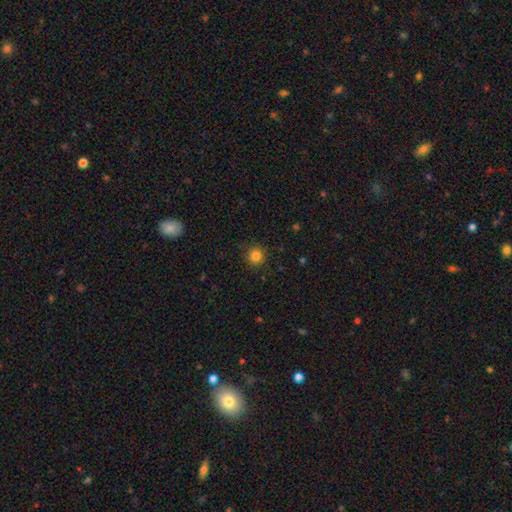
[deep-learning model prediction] smooth_or_featured: smooth (p=0.84) [alt: star or artifact p=0.13]
how_rounded: round (p=0.93) [alt: in between p=0.06]
merging: none (p=0.90) [alt: minor disturbance p=0.06]